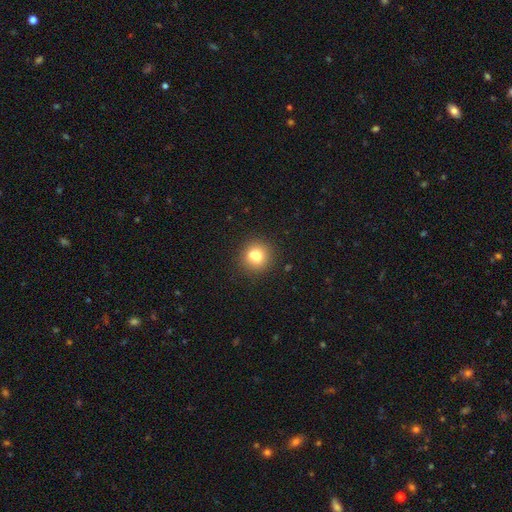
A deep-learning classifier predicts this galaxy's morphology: A smooth galaxy with no disk features (75%) that is round (86%).

Vote fractions:
- Smooth or featured? smooth: 75% / featured or disk: 14% / star or artifact: 11%
- How rounded? round: 86% / in between: 13% / cigar-shaped: 1%
- Merging? none: 66% / merger: 19% / minor disturbance: 12% / major disturbance: 3%